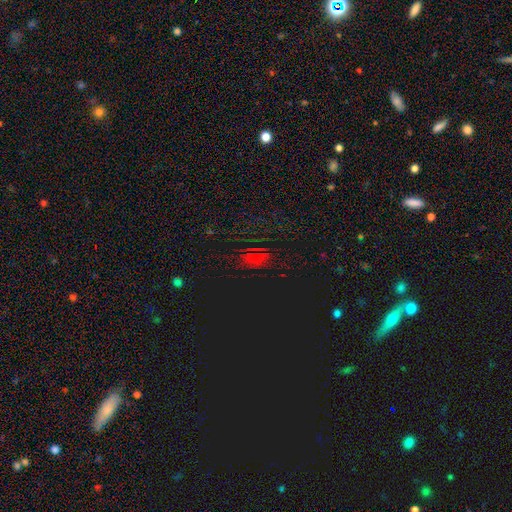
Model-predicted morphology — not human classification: A star or artifact, not a galaxy (58%).

Vote fractions:
- Smooth or featured? star or artifact: 58% / smooth: 33% / featured or disk: 9%